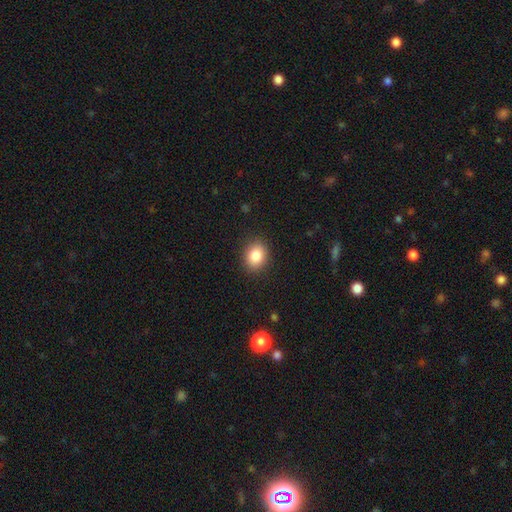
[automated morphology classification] smooth-or-featured: smooth: 84% | star or artifact: 9% | featured or disk: 7%
  how-rounded: round: 52% | in between: 47% | cigar-shaped: 1%
  merging: none: 89% | minor disturbance: 8% | major disturbance: 2% | merger: 1%